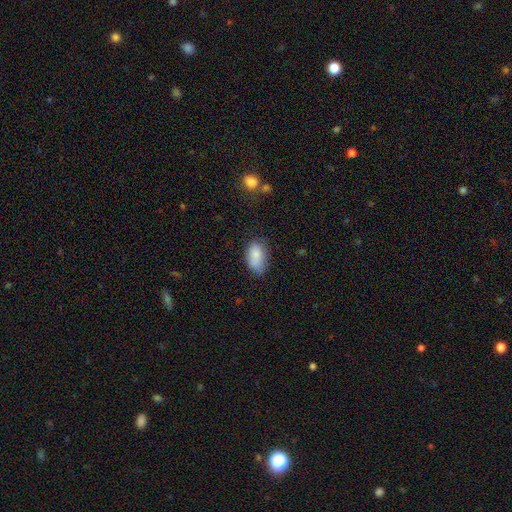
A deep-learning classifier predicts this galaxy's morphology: This appears to be a smooth galaxy with no disk features (85%) that is in between round and cigar-shaped (92%). Merging: none (62%).